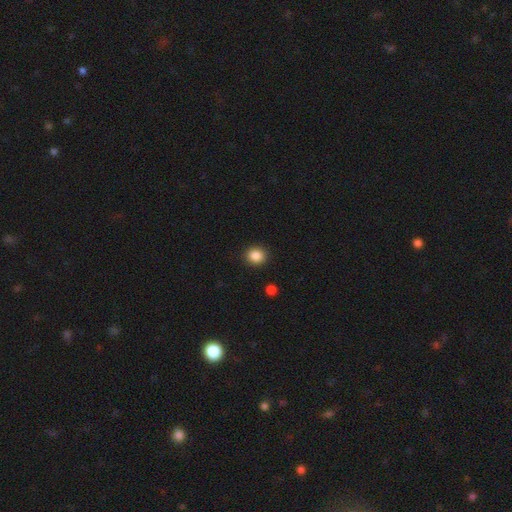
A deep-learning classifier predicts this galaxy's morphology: smooth_or_featured: smooth (p=0.87) [alt: star or artifact p=0.10]
how_rounded: round (p=0.81) [alt: in between p=0.18]
merging: none (p=0.91) [alt: minor disturbance p=0.06]